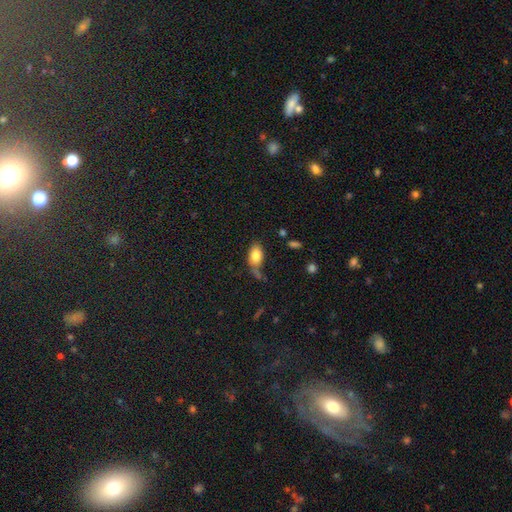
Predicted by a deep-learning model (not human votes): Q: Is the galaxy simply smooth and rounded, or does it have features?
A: smooth — 81%.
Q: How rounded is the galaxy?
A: in between — 90%.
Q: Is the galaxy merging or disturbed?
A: none — 52%.